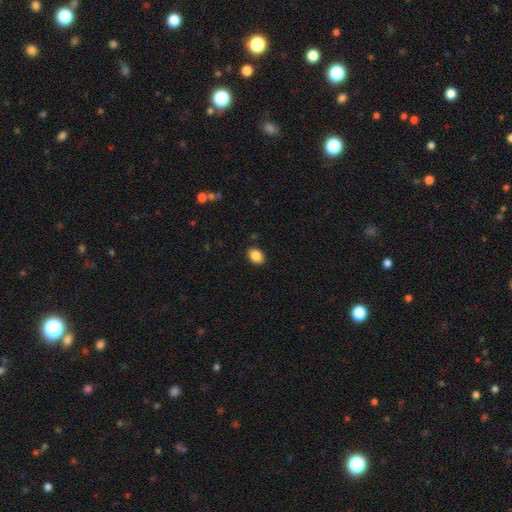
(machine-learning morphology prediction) This is clearly a smooth galaxy (88%). How rounded: likely in between (73%). Merging: clearly none (88%).